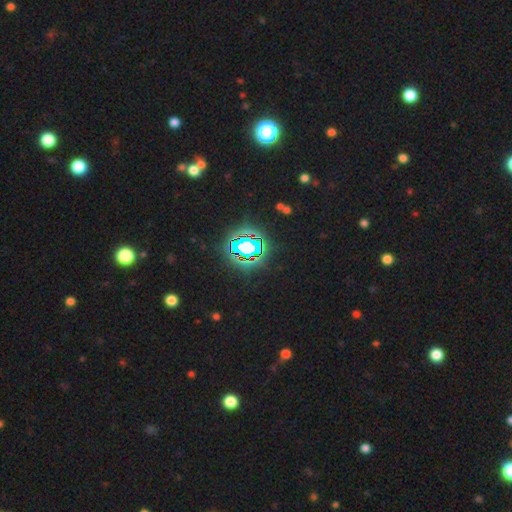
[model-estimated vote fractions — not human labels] A star or artifact, not a galaxy (73%).

Vote fractions:
- Smooth or featured? star or artifact: 73% / smooth: 15% / featured or disk: 12%